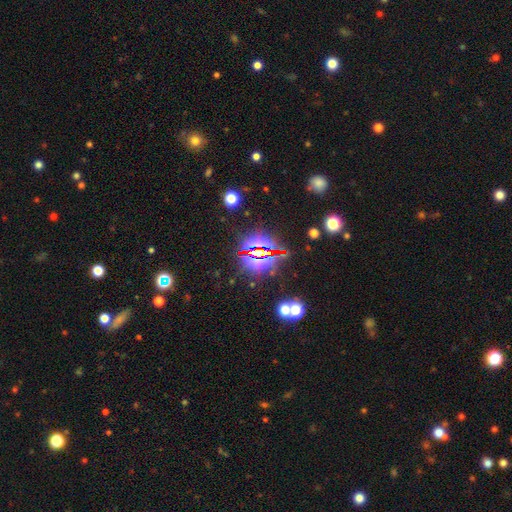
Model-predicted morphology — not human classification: smooth_or_featured: star or artifact (p=0.75) [alt: smooth p=0.15]